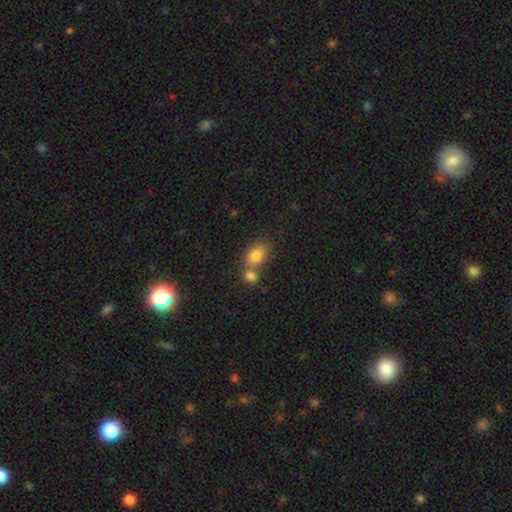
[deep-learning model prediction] smooth-or-featured: smooth: 82% | star or artifact: 9% | featured or disk: 8%
  how-rounded: in between: 86% | round: 12% | cigar-shaped: 2%
  merging: merger: 44% | none: 42% | minor disturbance: 10% | major disturbance: 4%